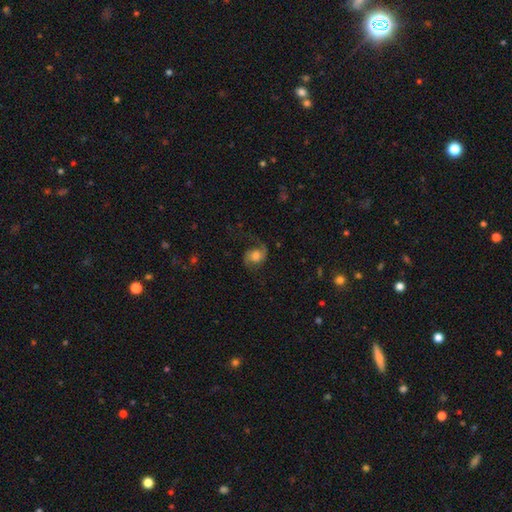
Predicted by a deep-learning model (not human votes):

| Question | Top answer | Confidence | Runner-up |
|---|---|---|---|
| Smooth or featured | featured or disk | 72% | smooth (20%) |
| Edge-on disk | no | 98% | yes (2%) |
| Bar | no | 64% | weak (30%) |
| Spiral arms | yes | 95% | no (5%) |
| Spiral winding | loose | 49% | medium (41%) |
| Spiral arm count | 2 | 87% | 1 (7%) |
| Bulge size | moderate | 43% | large (34%) |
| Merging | none | 65% | minor disturbance (17%) |